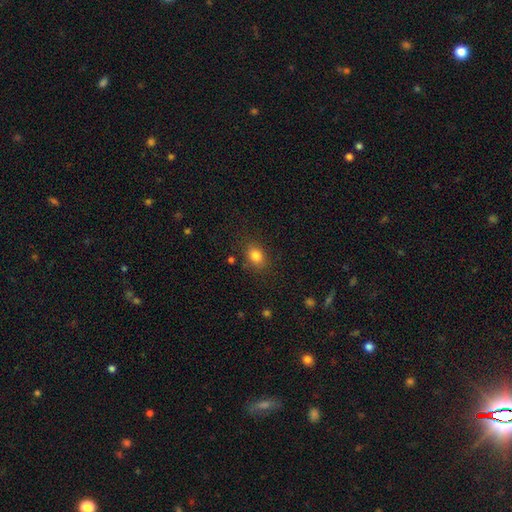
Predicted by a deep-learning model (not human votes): Morphology: type=smooth (83%); roundness=in between (66%); merging=none (81%).